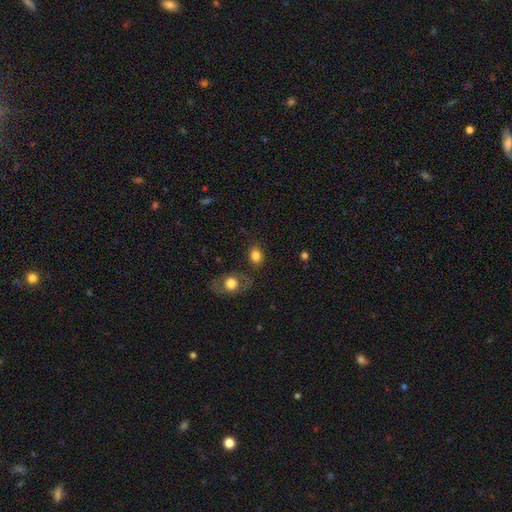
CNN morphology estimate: smooth_or_featured: smooth (p=0.80) [alt: featured or disk p=0.10]
how_rounded: in between (p=0.62) [alt: round p=0.37]
merging: none (p=0.77) [alt: minor disturbance p=0.13]